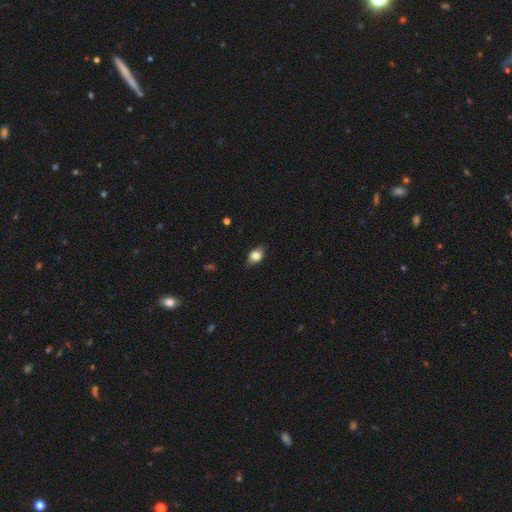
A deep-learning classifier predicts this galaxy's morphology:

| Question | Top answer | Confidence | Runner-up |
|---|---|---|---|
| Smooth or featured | smooth | 78% | featured or disk (14%) |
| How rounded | in between | 79% | round (19%) |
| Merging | none | 80% | minor disturbance (16%) |